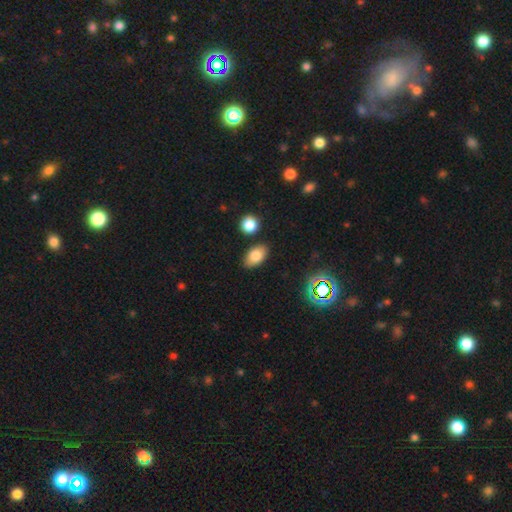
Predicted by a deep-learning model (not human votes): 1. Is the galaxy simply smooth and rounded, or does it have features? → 80% smooth, 10% featured or disk, 9% star or artifact.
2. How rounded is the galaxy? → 90% in between, 8% round, 2% cigar-shaped.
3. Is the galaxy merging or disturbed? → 83% none, 10% minor disturbance, 5% merger, 2% major disturbance.